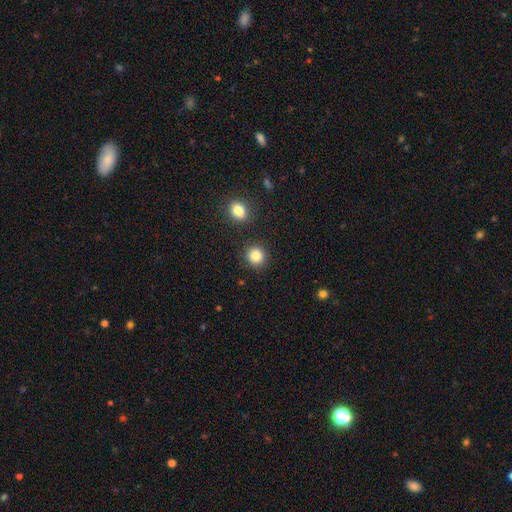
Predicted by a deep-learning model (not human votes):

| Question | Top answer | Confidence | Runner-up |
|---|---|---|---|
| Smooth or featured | smooth | 85% | star or artifact (10%) |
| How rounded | round | 90% | in between (9%) |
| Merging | none | 88% | minor disturbance (6%) |